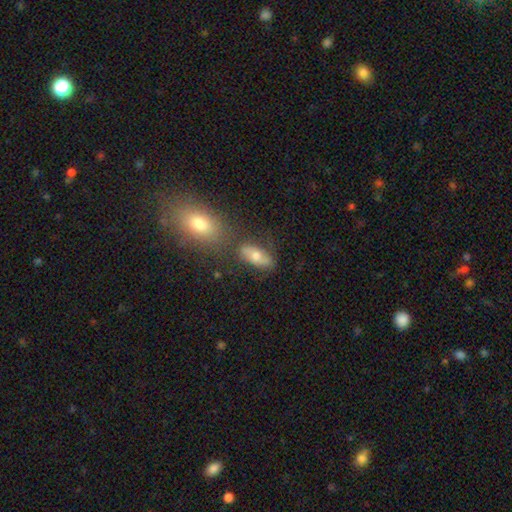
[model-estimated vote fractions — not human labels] Q: Smooth or featured?
A: smooth (65%); runner-up: featured or disk (26%)
Q: How rounded?
A: in between (84%); runner-up: cigar-shaped (10%)
Q: Merging?
A: none (66%); runner-up: minor disturbance (15%)